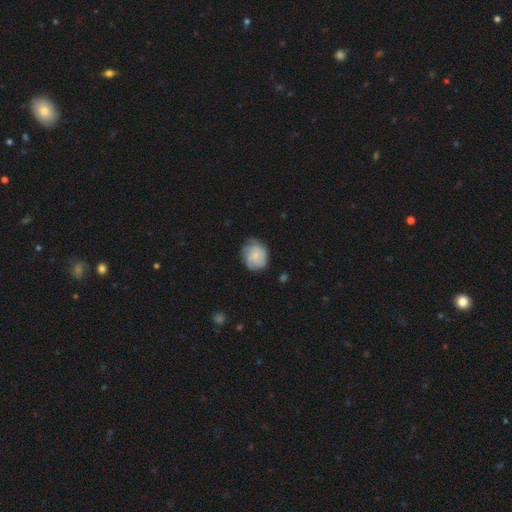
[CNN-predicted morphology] The model was most divided on "merging": none: 58%, minor disturbance: 31%, major disturbance: 9%, merger: 1%. More confident: how rounded — round (67%); smooth or featured — smooth (62%).